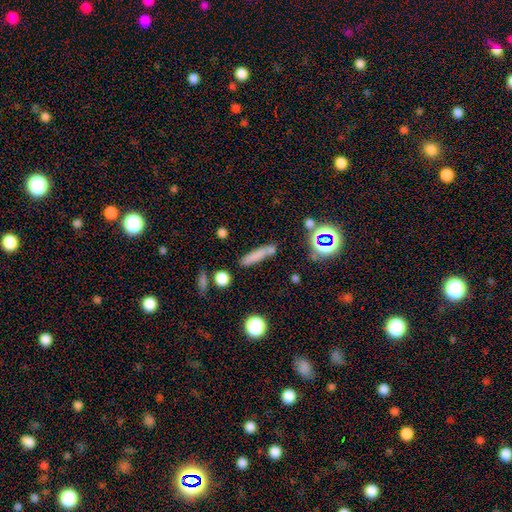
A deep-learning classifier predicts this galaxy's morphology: This appears to be a smooth galaxy with no disk features (72%) that is cigar-shaped (84%). Merging: none (66%).